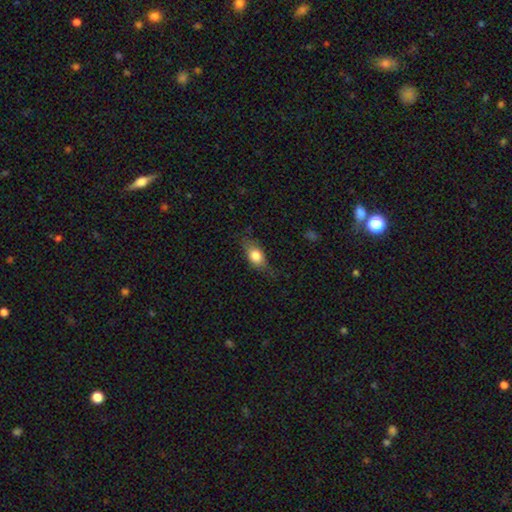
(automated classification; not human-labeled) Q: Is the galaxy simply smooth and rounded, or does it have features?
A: smooth — 77%.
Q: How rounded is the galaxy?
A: in between — 77%.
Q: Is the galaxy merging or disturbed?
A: none — 67%.